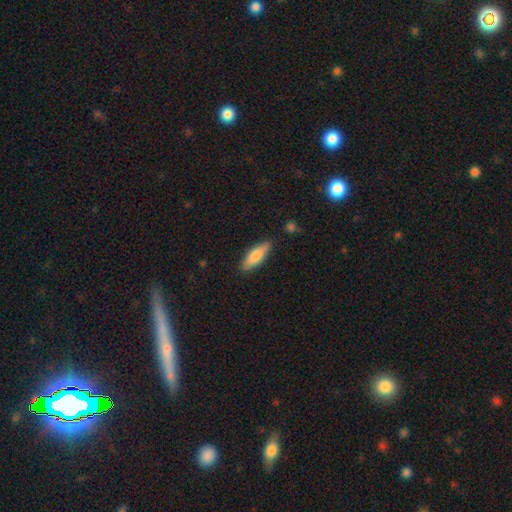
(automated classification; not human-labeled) Morphology: type=smooth (72%); roundness=cigar-shaped (50%); merging=none (86%).